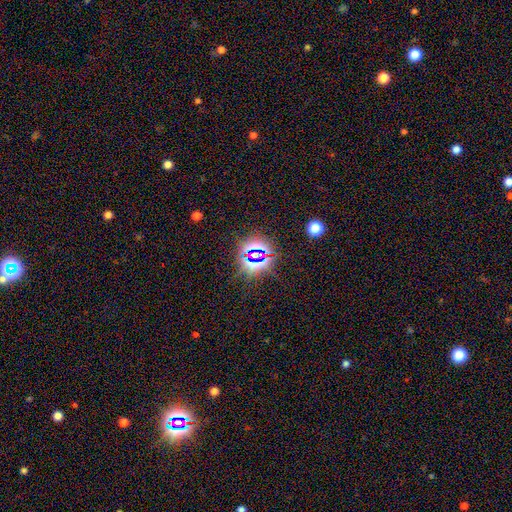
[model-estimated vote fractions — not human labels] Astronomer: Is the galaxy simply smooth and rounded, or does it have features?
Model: star or artifact — 78%.